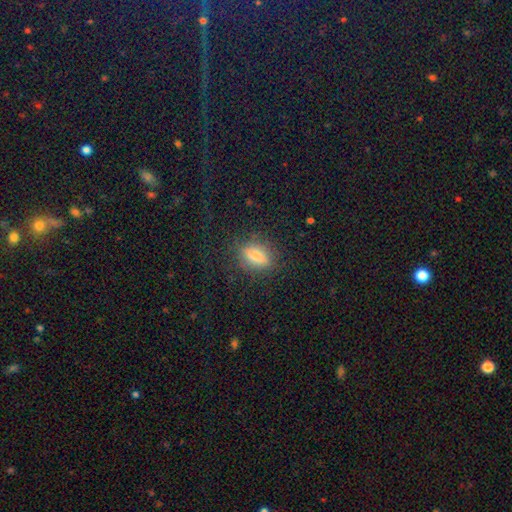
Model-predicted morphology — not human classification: A smooth galaxy with no disk features (77%) that is in between round and cigar-shaped (77%).

Vote fractions:
- Smooth or featured? smooth: 77% / star or artifact: 12% / featured or disk: 11%
- How rounded? in between: 77% / cigar-shaped: 12% / round: 11%
- Merging? none: 82% / minor disturbance: 12% / major disturbance: 5% / merger: 1%